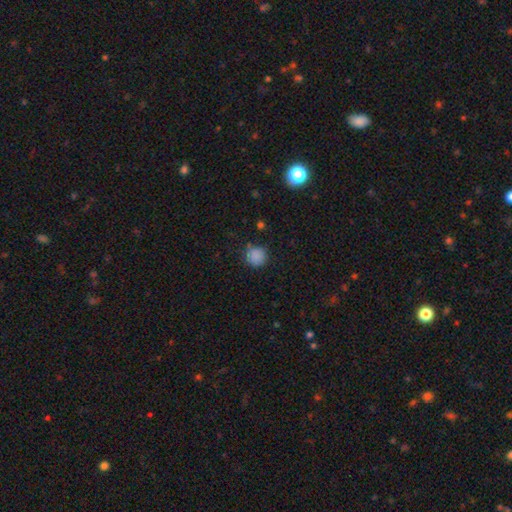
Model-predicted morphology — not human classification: type=smooth (85%); roundness=round (92%); merging=none (83%).